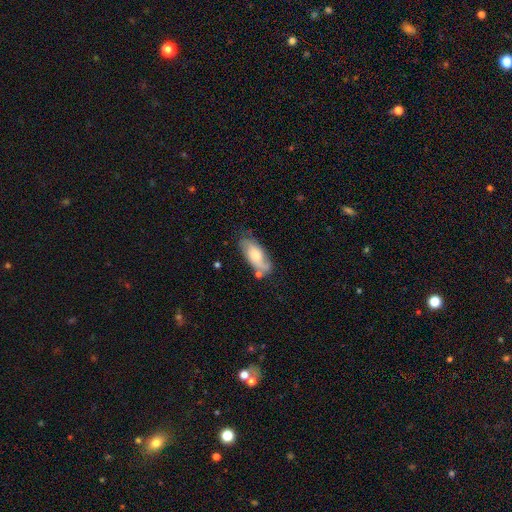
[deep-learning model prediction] A featured or disk galaxy (47%). Merging: none (64%).